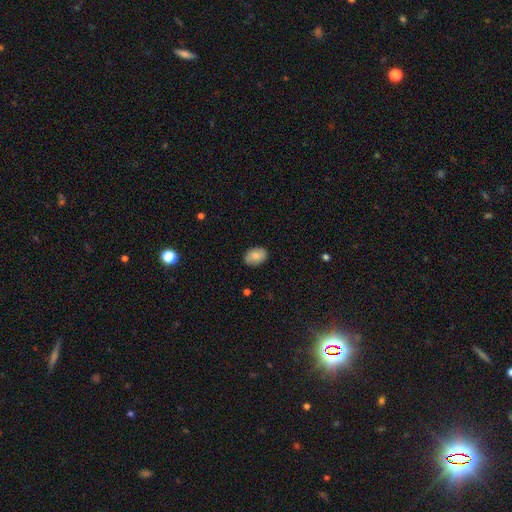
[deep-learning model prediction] smooth_or_featured: smooth (p=0.85) [alt: featured or disk p=0.08]
how_rounded: in between (p=0.85) [alt: round p=0.14]
merging: none (p=0.86) [alt: minor disturbance p=0.11]